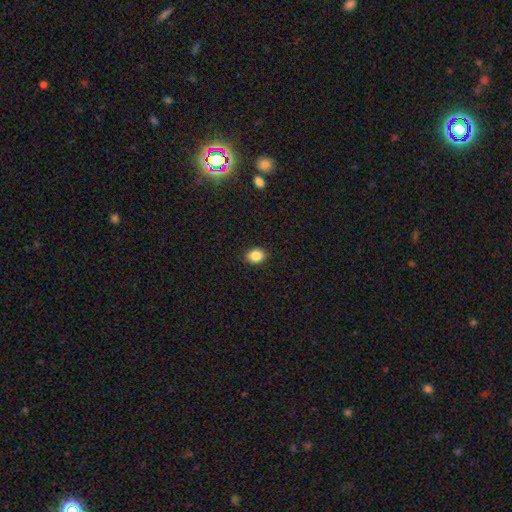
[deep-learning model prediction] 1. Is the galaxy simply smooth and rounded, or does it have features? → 85% smooth, 10% star or artifact, 5% featured or disk.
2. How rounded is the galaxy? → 53% in between, 46% round, 1% cigar-shaped.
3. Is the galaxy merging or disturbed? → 90% none, 7% minor disturbance, 2% major disturbance, 1% merger.